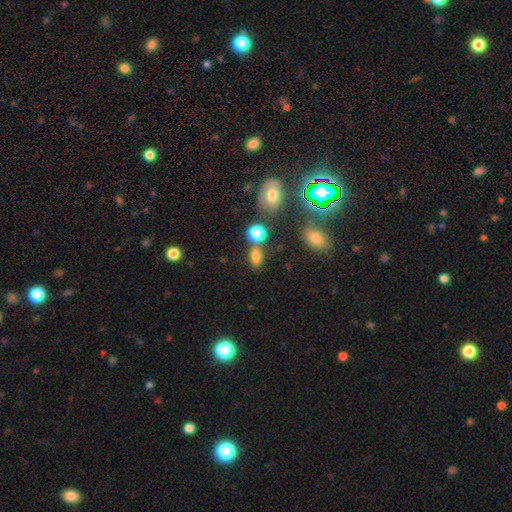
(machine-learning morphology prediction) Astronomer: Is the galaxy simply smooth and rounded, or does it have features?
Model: smooth — 75%.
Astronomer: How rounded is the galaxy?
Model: in between — 74%.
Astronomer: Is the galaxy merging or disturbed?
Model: none — 59%.